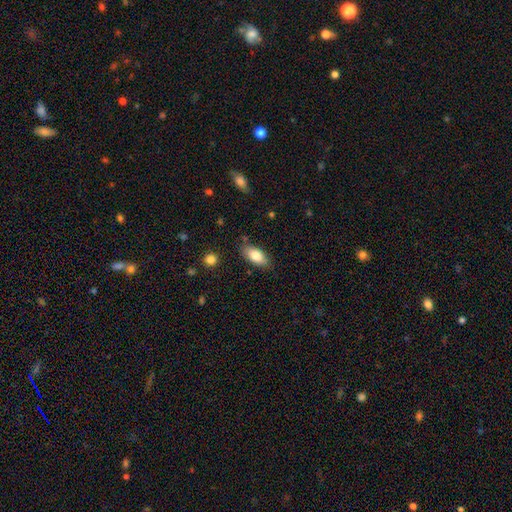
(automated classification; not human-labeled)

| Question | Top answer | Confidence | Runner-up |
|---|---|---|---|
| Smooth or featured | smooth | 82% | featured or disk (12%) |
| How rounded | in between | 89% | cigar-shaped (8%) |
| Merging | none | 82% | minor disturbance (14%) |